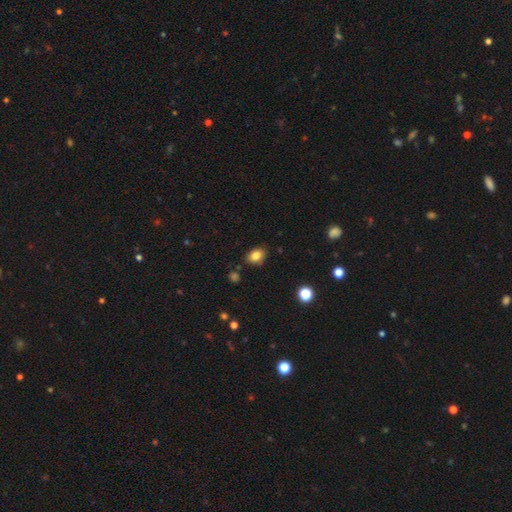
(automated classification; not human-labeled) smooth 83%, star or artifact 10%, featured or disk 6%. Down the decision tree: how rounded — in between (72%); merging — none (82%).